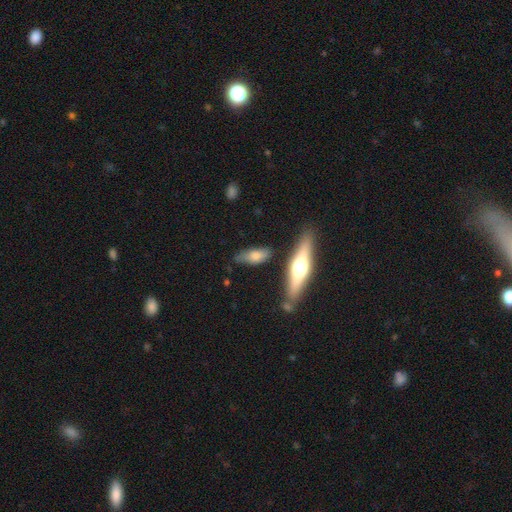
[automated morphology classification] smooth_or_featured: smooth (p=0.59) [alt: featured or disk p=0.33]
how_rounded: in between (p=0.59) [alt: cigar-shaped p=0.38]
merging: none (p=0.70) [alt: minor disturbance p=0.20]